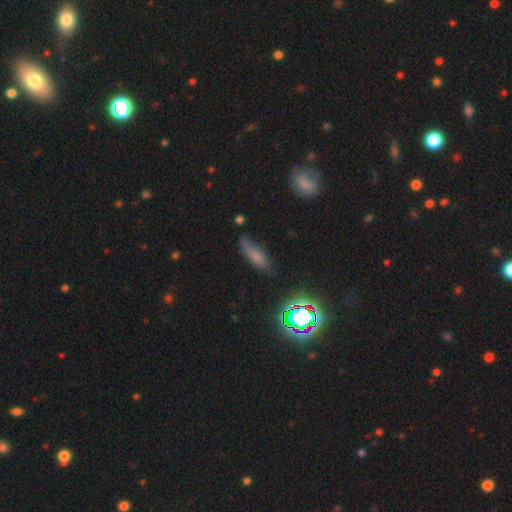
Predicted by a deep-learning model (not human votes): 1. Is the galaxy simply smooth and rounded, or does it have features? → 62% smooth, 19% star or artifact, 18% featured or disk.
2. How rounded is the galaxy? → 49% cigar-shaped, 47% in between, 4% round.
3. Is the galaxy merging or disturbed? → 57% none, 28% minor disturbance, 10% major disturbance, 4% merger.